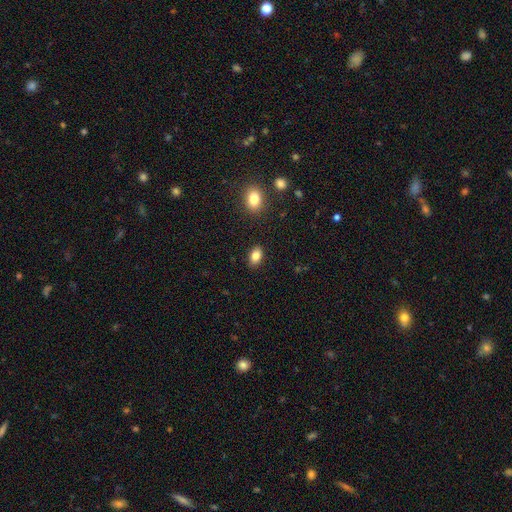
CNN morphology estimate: Smooth or featured: smooth — 84% (star or artifact — 9%)
How rounded: in between — 87% (round — 12%)
Merging: none — 88% (minor disturbance — 8%)